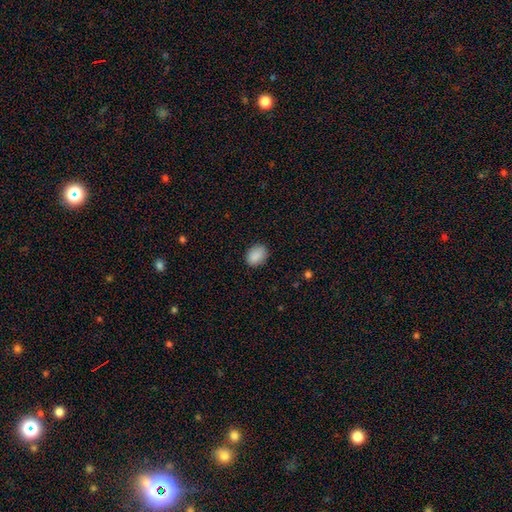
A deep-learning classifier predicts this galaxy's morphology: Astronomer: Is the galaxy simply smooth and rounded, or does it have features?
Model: smooth — 89%.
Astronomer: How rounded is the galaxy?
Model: in between — 69%.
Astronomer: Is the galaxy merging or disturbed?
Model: none — 85%.